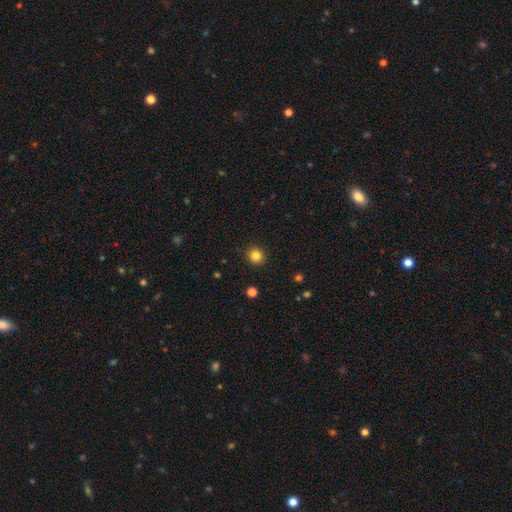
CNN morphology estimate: Smooth or featured? smooth (84%)
How rounded? round (88%)
Merging? none (91%)